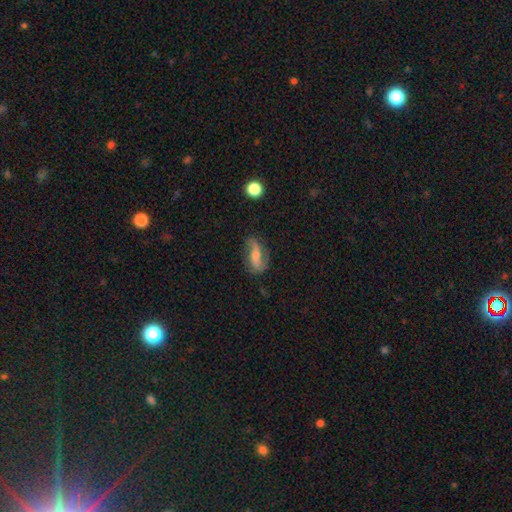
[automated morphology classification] Overall: featured or disk (69%). Edge-on disk: no (90%). Bar: weak (36%; no 34%). Spiral arms: yes (91%). Spiral arm count: 2 (88%). Spiral winding: loose (70%). Bulge size: moderate (46%; small 40%). Merging: none (70%).